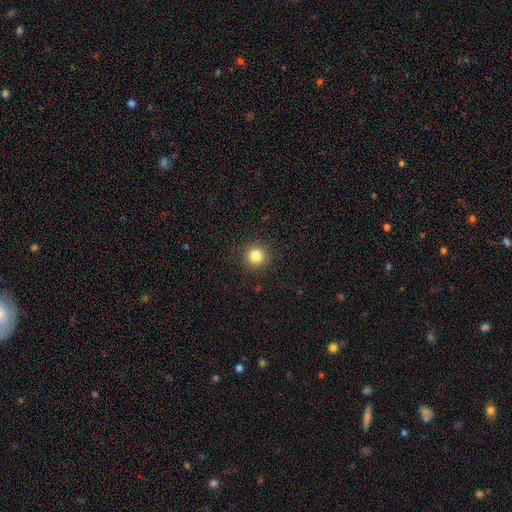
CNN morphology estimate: Overall: smooth (83%). How rounded: round (95%). Merging: none (91%).